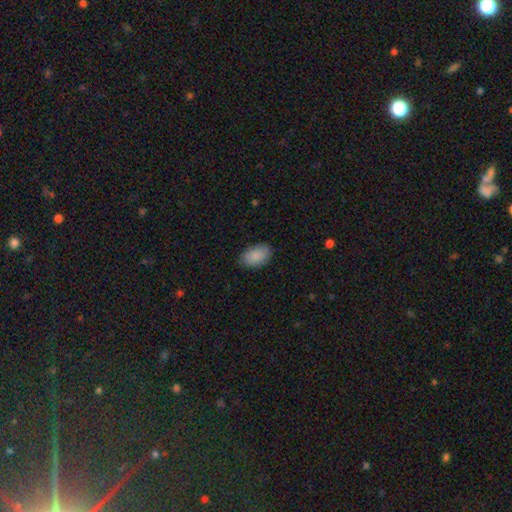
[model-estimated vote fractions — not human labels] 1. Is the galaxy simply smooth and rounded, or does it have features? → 88% smooth, 6% star or artifact, 5% featured or disk.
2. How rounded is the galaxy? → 91% in between, 7% round, 1% cigar-shaped.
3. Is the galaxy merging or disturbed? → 84% none, 12% minor disturbance, 3% major disturbance, 1% merger.